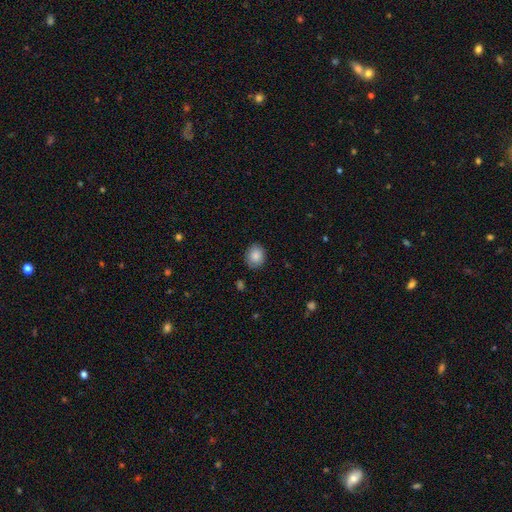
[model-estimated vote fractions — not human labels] Smooth or featured?
  - smooth: 87% *
  - star or artifact: 8%
  - featured or disk: 5%
How rounded?
  - round: 65% *
  - in between: 34%
  - cigar-shaped: 1%
Merging?
  - none: 85% *
  - minor disturbance: 11%
  - major disturbance: 2%
  - merger: 1%